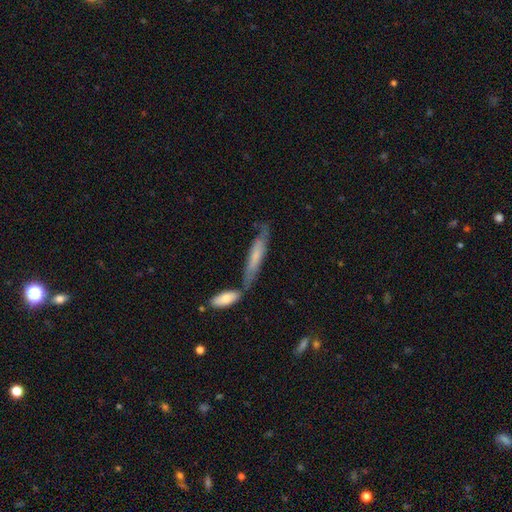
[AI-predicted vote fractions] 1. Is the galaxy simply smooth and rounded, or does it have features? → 51% smooth, 43% featured or disk, 7% star or artifact.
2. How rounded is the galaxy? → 83% cigar-shaped, 15% in between, 2% round.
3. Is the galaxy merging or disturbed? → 53% none, 22% merger, 19% minor disturbance, 6% major disturbance.